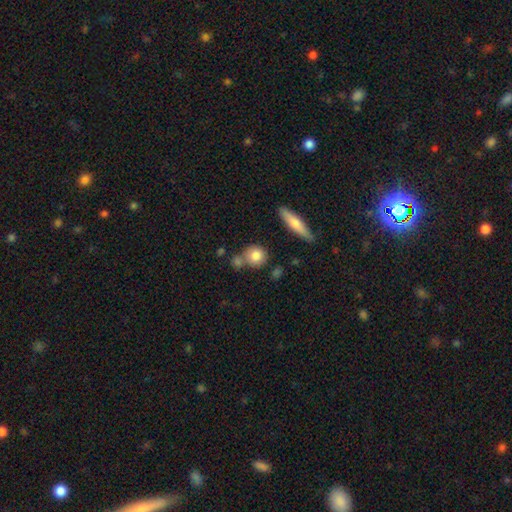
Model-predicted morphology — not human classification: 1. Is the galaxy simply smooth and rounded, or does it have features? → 80% smooth, 12% featured or disk, 8% star or artifact.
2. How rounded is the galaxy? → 80% round, 16% in between, 4% cigar-shaped.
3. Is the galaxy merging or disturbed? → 63% none, 21% merger, 12% minor disturbance, 4% major disturbance.